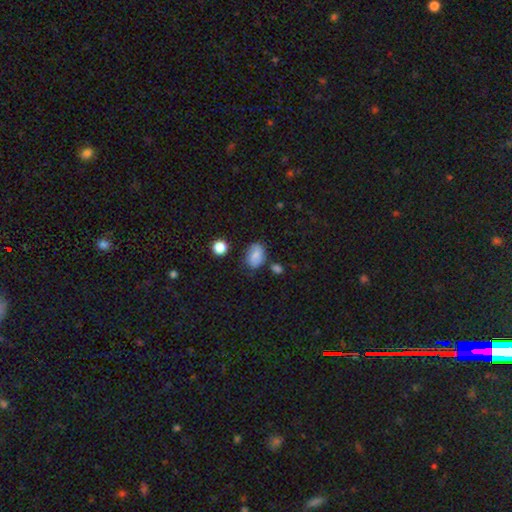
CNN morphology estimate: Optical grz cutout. It shows a smooth galaxy with no disk features (77%) that is in between round and cigar-shaped (81%). Merging: none (66%).